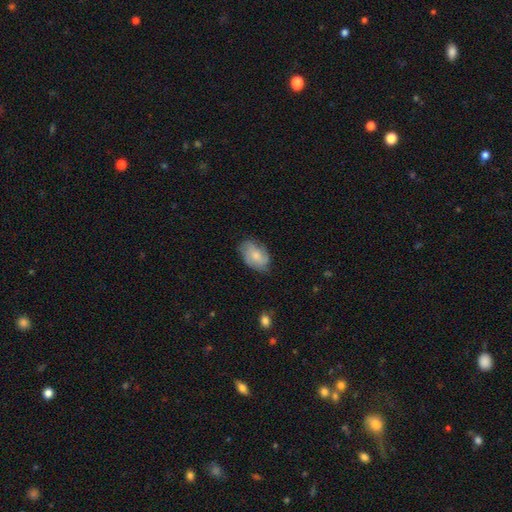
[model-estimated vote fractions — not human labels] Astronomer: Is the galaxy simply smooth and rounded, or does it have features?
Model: smooth — 48% (runner-up: featured or disk, 45%).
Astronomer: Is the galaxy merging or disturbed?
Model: none — 70%.